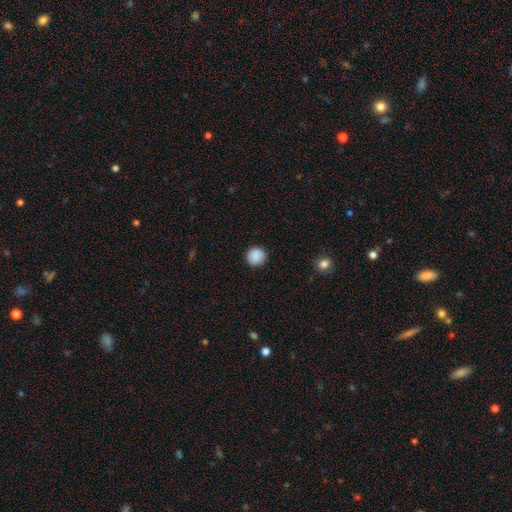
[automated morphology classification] Smooth or featured: smooth — 88% (star or artifact — 8%)
How rounded: round — 94% (in between — 5%)
Merging: none — 88% (minor disturbance — 9%)